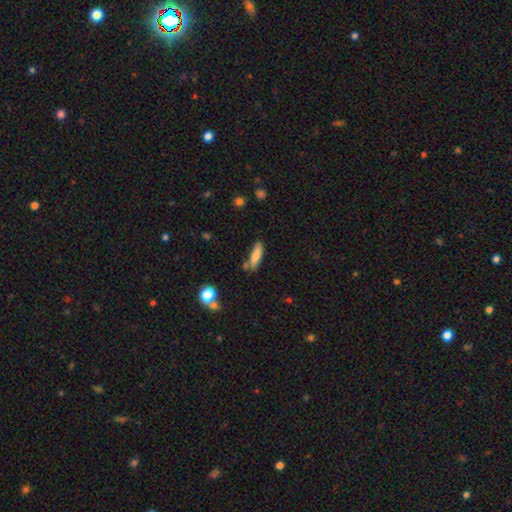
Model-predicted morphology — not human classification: smooth_or_featured: smooth (p=0.78) [alt: featured or disk p=0.14]
how_rounded: cigar-shaped (p=0.62) [alt: in between p=0.36]
merging: none (p=0.68) [alt: minor disturbance p=0.18]